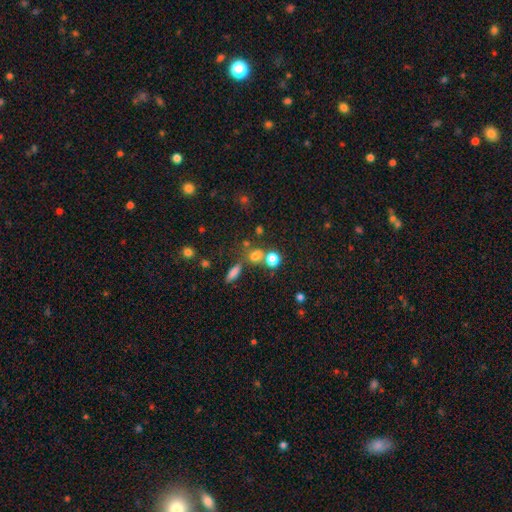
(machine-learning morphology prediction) This appears to be a smooth galaxy with no disk features (71%) that is round (65%). Merging: none (52%).